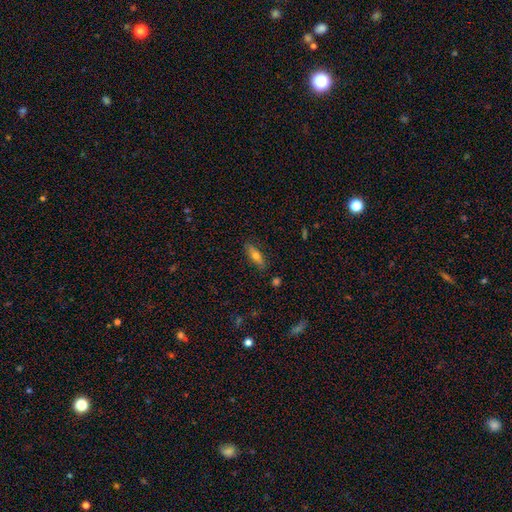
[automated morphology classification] The model was most divided on "how rounded": in between: 54%, cigar-shaped: 43%, round: 3%. More confident: merging — none (85%); smooth or featured — smooth (65%).